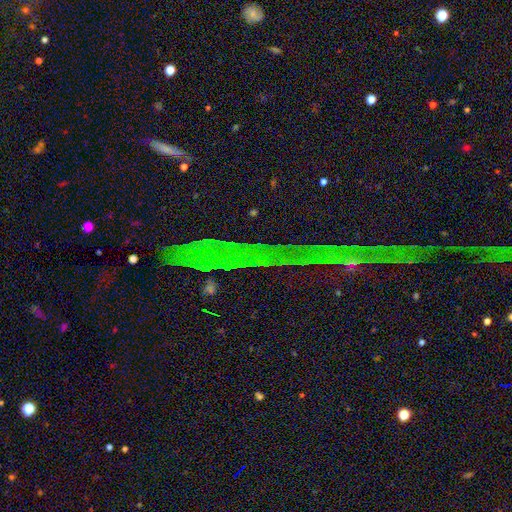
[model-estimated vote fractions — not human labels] Smooth or featured?
  - star or artifact: 86% *
  - featured or disk: 7%
  - smooth: 7%